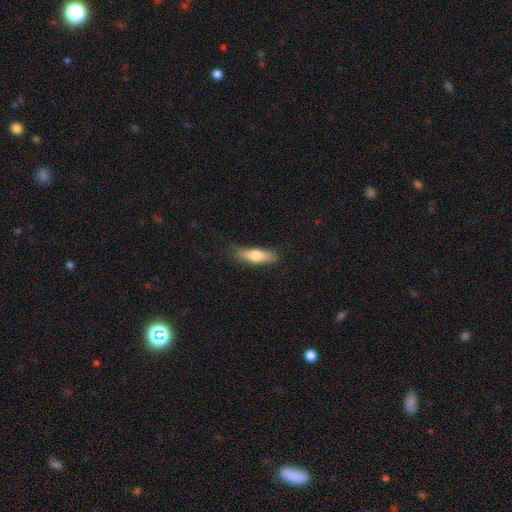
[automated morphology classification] Smooth or featured? Predicted: smooth (p=0.69). How rounded? Predicted: cigar-shaped (p=0.54). Merging? Predicted: none (p=0.81).